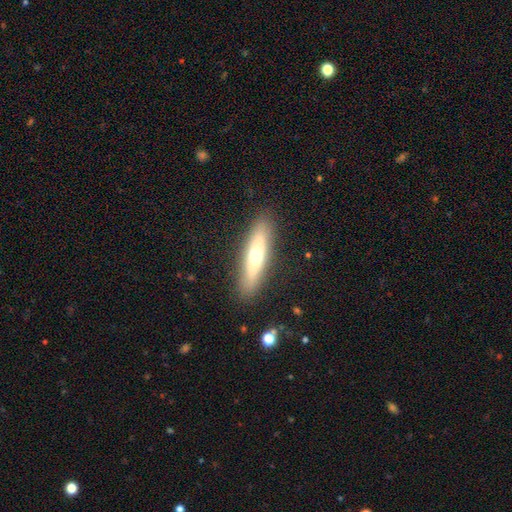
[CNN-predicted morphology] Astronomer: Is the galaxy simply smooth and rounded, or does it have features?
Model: smooth — 51% (runner-up: featured or disk, 42%).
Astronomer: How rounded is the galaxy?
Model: cigar-shaped — 70%.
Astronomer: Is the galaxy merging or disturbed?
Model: none — 87%.